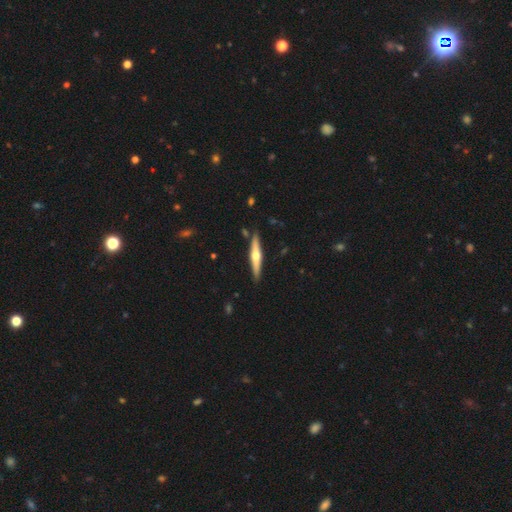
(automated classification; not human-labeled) featured or disk 63%, smooth 32%, star or artifact 5%. Down the decision tree: edge-on disk — yes (96%); edge-on bulge — rounded (92%); merging — none (89%).